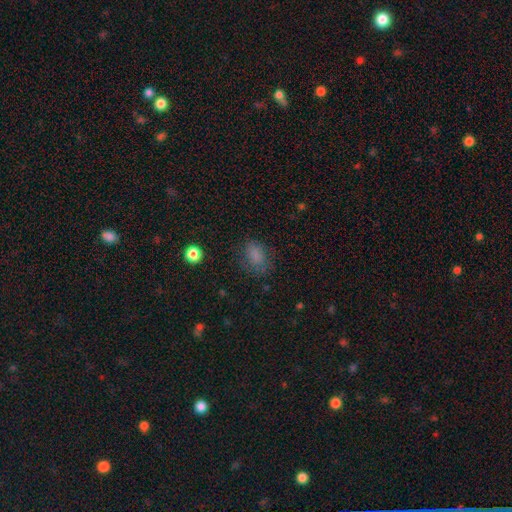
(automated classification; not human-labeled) Smooth or featured? smooth (79%)
How rounded? in between (76%)
Merging? none (72%)